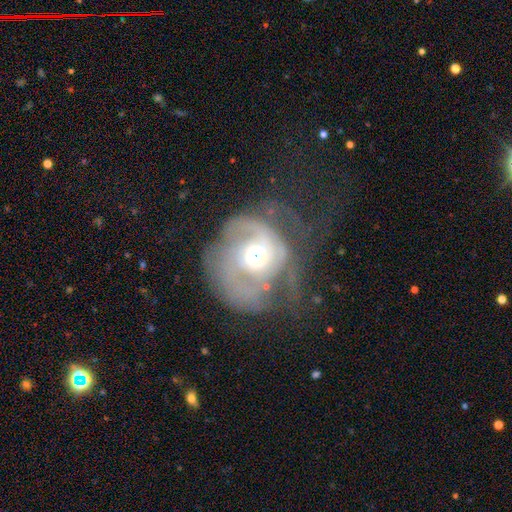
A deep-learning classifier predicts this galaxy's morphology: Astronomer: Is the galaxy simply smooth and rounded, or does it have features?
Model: featured or disk — 73%.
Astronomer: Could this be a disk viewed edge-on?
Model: no — 97%.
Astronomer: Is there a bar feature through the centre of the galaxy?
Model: no — 73%.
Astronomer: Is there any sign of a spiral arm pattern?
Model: yes — 77%.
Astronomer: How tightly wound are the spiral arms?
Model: tight — 38% (runner-up: medium, 37%).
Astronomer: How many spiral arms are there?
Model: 2 — 32% (runner-up: can't tell, 30%).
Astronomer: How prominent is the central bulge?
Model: moderate — 59%.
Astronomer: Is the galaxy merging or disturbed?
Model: major disturbance — 52%.